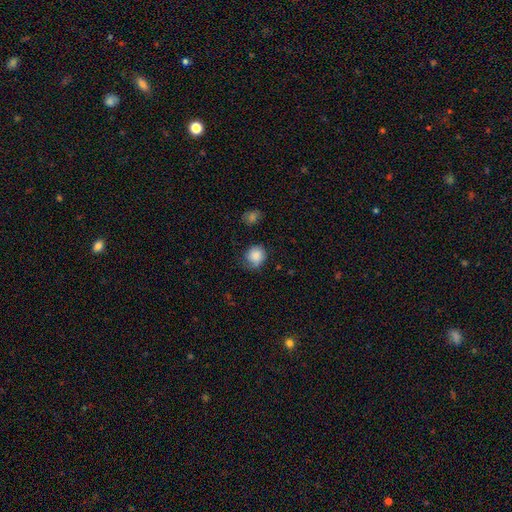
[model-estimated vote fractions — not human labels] smooth_or_featured: smooth (p=0.83) [alt: featured or disk p=0.10]
how_rounded: round (p=0.78) [alt: in between p=0.21]
merging: none (p=0.57) [alt: minor disturbance p=0.30]